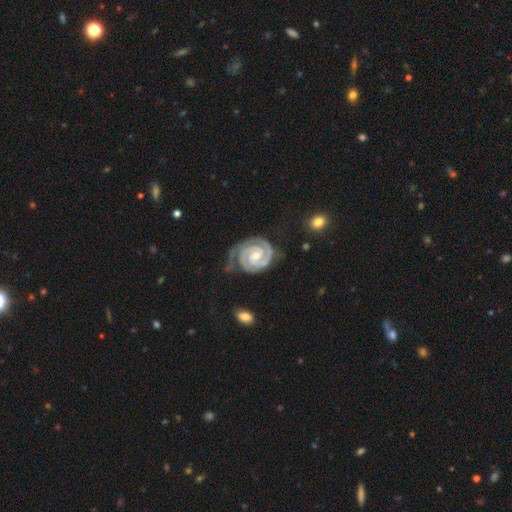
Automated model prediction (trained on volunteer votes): Smooth or featured? Predicted: featured or disk (p=0.93). Edge-on disk? Predicted: no (p=0.98). Bar? Predicted: no (p=0.48). Spiral arms? Predicted: yes (p=0.99). Spiral winding? Predicted: tight (p=0.81). Spiral arm count? Predicted: 2 (p=0.77). Bulge size? Predicted: small (p=0.55). Merging? Predicted: none (p=0.62).